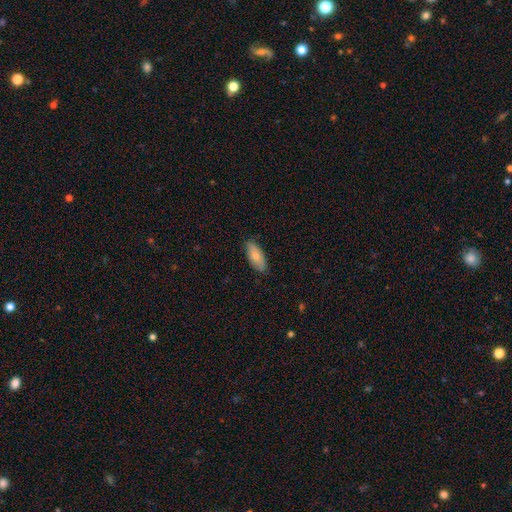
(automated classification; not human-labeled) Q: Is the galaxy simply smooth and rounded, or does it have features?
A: smooth — 79%.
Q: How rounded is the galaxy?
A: in between — 85%.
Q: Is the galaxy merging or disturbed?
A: none — 85%.